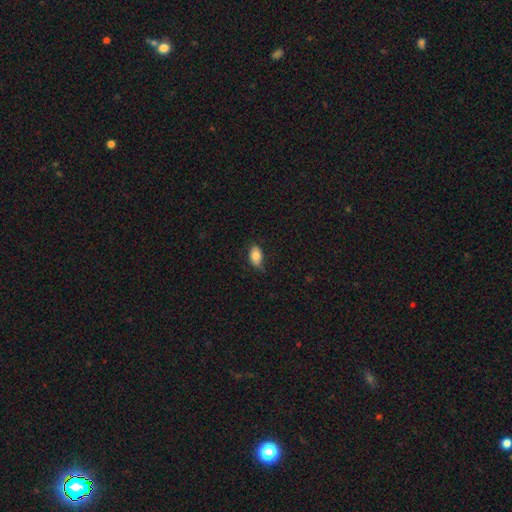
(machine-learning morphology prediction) A smooth galaxy with no disk features (80%) that is in between round and cigar-shaped (90%). Merging: none (61%).